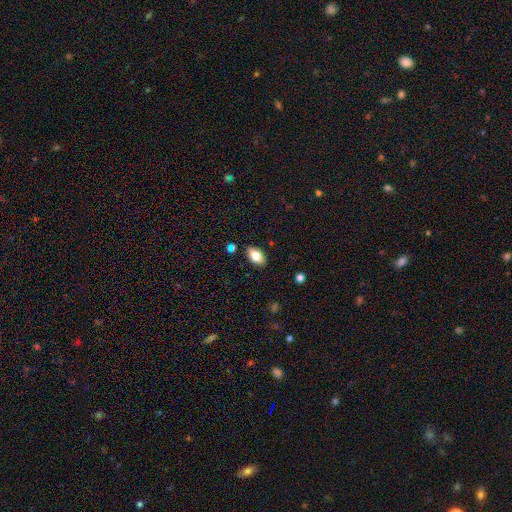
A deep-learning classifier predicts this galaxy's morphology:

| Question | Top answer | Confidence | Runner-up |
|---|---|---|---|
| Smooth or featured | smooth | 80% | featured or disk (12%) |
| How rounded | in between | 92% | round (5%) |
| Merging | none | 86% | minor disturbance (10%) |